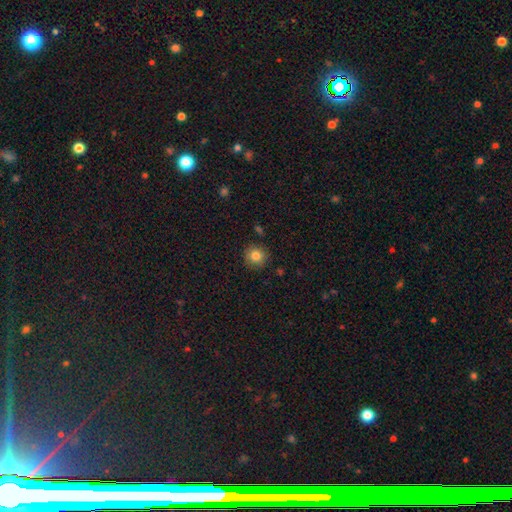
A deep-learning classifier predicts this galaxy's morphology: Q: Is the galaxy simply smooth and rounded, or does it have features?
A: smooth — 82%.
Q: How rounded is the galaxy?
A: round — 94%.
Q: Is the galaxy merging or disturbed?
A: none — 89%.